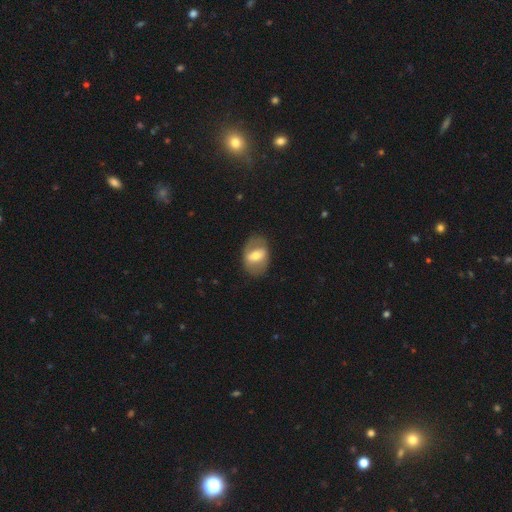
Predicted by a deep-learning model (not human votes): featured or disk 49%, smooth 44%, star or artifact 7%. Down the decision tree: merging — none (78%).